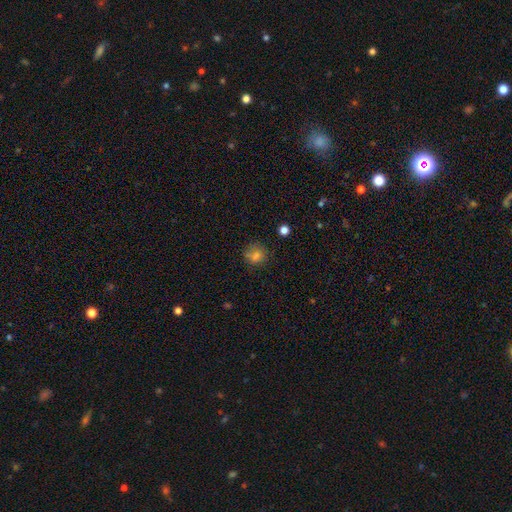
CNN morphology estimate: Smooth or featured: smooth — 69% (star or artifact — 19%)
How rounded: round — 82% (in between — 17%)
Merging: none — 65% (minor disturbance — 17%)